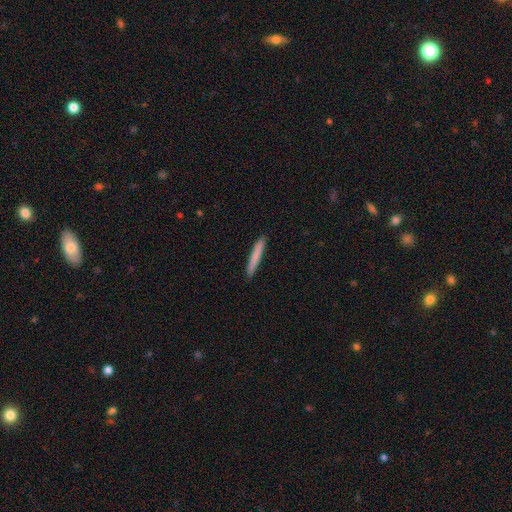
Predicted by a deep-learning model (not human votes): Q: Smooth or featured?
A: smooth (78%); runner-up: featured or disk (17%)
Q: How rounded?
A: cigar-shaped (96%); runner-up: in between (3%)
Q: Merging?
A: none (92%); runner-up: minor disturbance (6%)